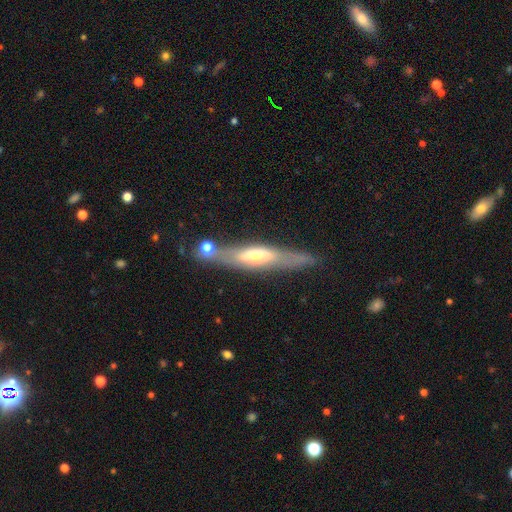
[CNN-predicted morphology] Overall: featured or disk (65%; smooth 28%). Edge-on disk: yes (75%). Merging: none (71%).